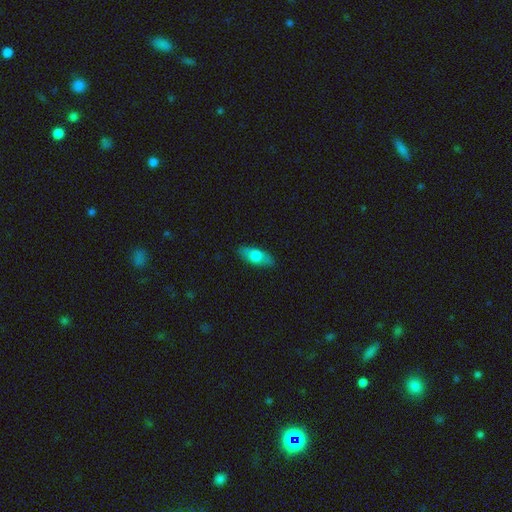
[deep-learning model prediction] This is likely a smooth galaxy (71%). How rounded: likely in between (78%). Merging: clearly none (86%).